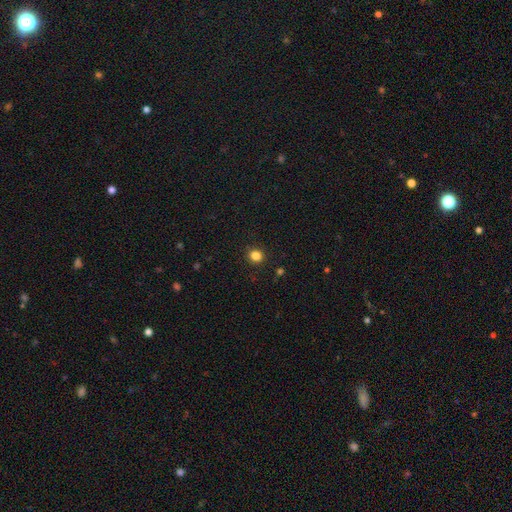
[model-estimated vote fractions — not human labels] This is clearly a smooth galaxy (84%). How rounded: clearly round (87%). Merging: clearly none (92%).